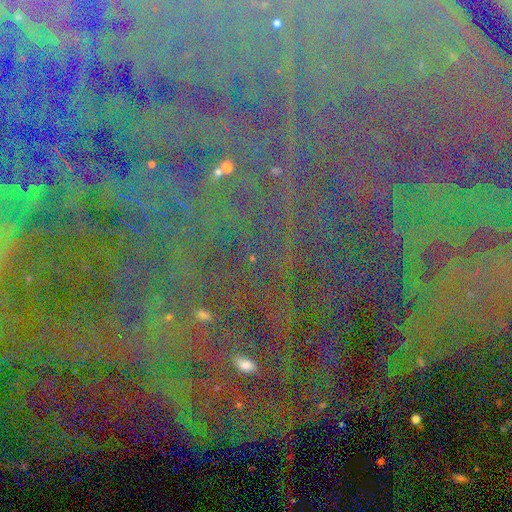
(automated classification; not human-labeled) Q: Smooth or featured?
A: star or artifact (85%); runner-up: featured or disk (8%)